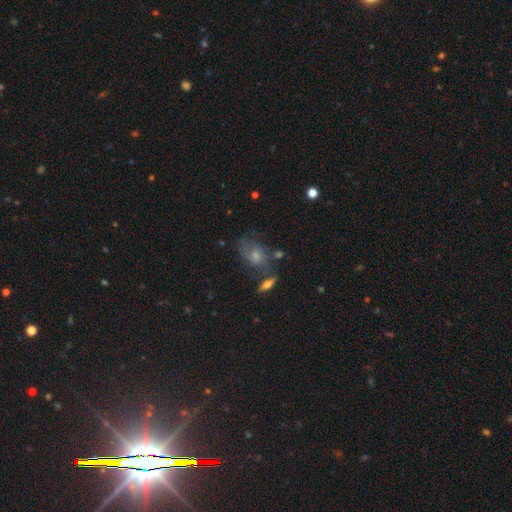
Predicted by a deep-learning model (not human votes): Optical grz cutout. It shows a featured or disk galaxy (59%) with no bar (69%), spiral arms (84%) and a small central bulge (44%, tied with moderate). Merging: none (56%).